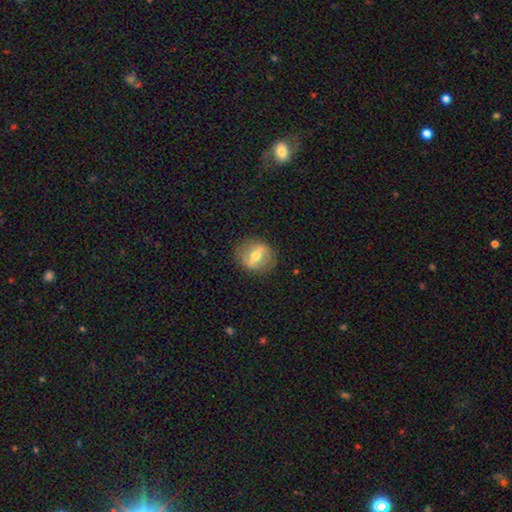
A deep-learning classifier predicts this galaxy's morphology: Smooth or featured: featured or disk — 59% (smooth — 34%)
Edge-on disk: no — 82% (yes — 18%)
Merging: none — 83% (minor disturbance — 11%)